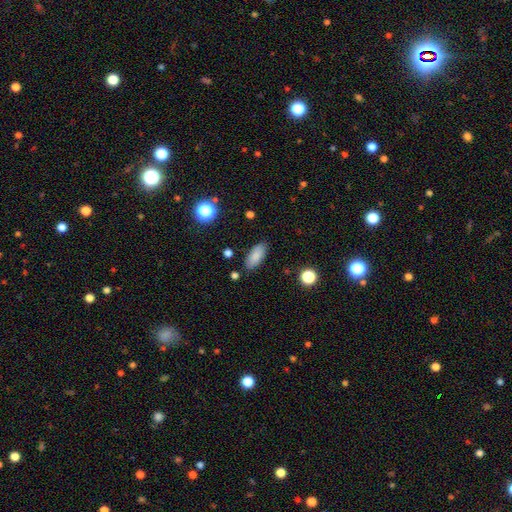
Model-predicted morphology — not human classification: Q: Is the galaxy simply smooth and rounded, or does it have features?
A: smooth — 85%.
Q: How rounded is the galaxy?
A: in between — 82%.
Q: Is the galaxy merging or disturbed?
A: none — 85%.